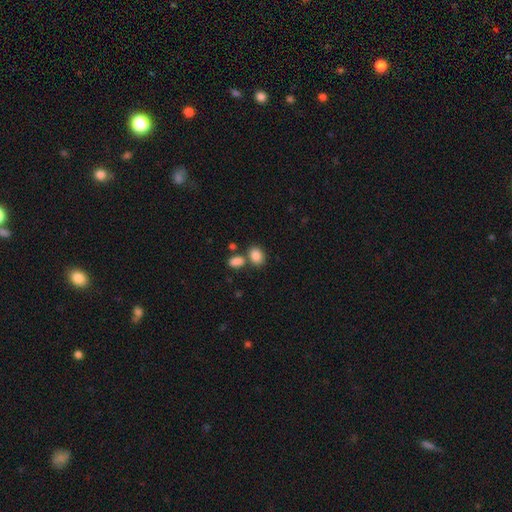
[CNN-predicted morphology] smooth-or-featured: smooth: 86% | star or artifact: 9% | featured or disk: 6%
  how-rounded: in between: 68% | round: 31% | cigar-shaped: 1%
  merging: none: 60% | merger: 26% | minor disturbance: 11% | major disturbance: 3%